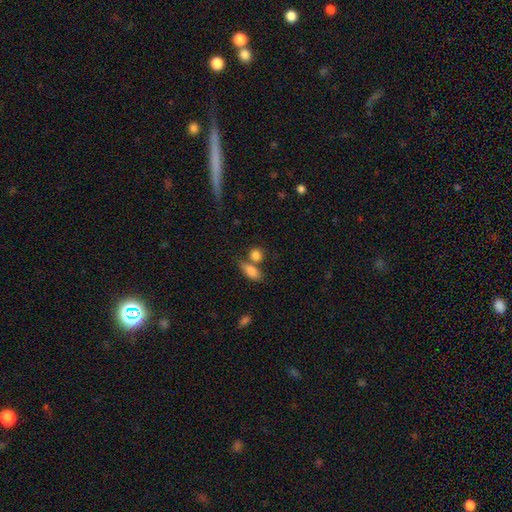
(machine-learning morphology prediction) Smooth or featured? smooth (84%)
How rounded? in between (51%)
Merging? none (52%)